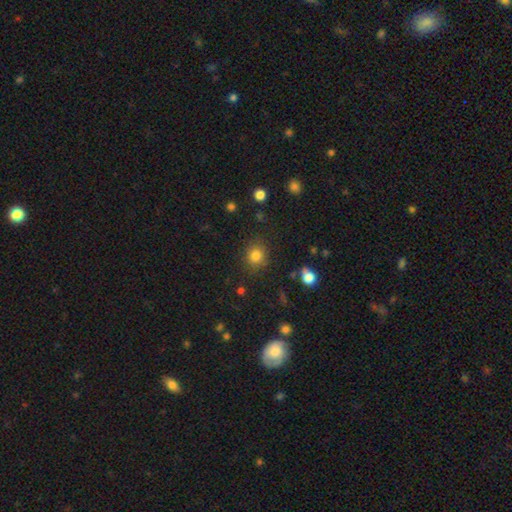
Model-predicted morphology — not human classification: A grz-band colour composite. It shows a smooth galaxy with no disk features (82%) that is round (79%). Merging: none (85%).